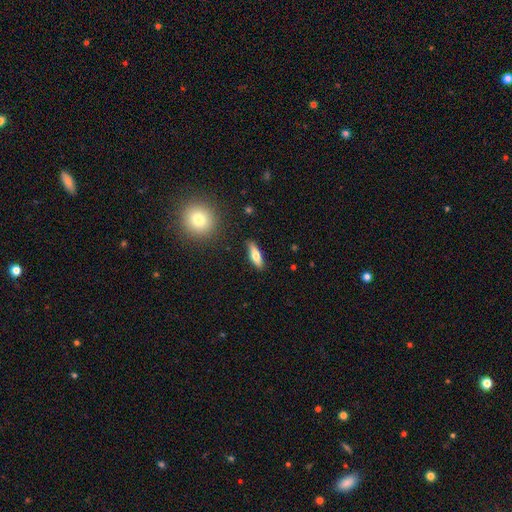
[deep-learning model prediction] A smooth galaxy with no disk features (60%) that is cigar-shaped (50%).

Vote fractions:
- Smooth or featured? smooth: 60% / featured or disk: 34% / star or artifact: 7%
- How rounded? cigar-shaped: 50% / in between: 47% / round: 3%
- Merging? none: 86% / minor disturbance: 10% / major disturbance: 2% / merger: 2%